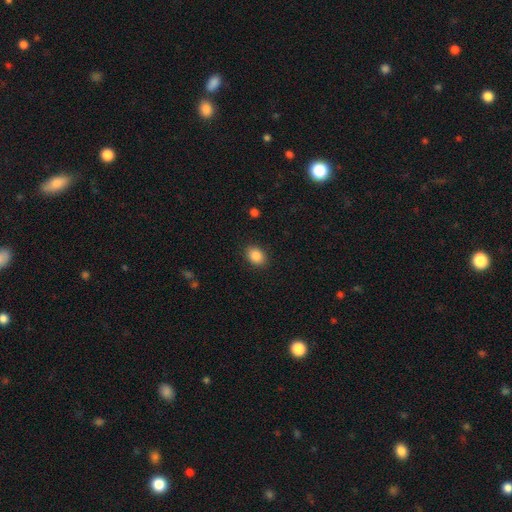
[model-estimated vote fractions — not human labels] This appears to be a smooth galaxy with no disk features (87%) that is in between round and cigar-shaped (70%). Merging: none (89%).